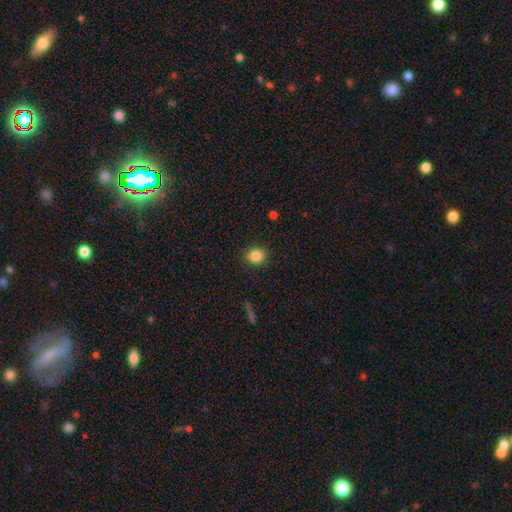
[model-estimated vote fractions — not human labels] Overall: smooth (85%). How rounded: round (87%). Merging: none (89%).